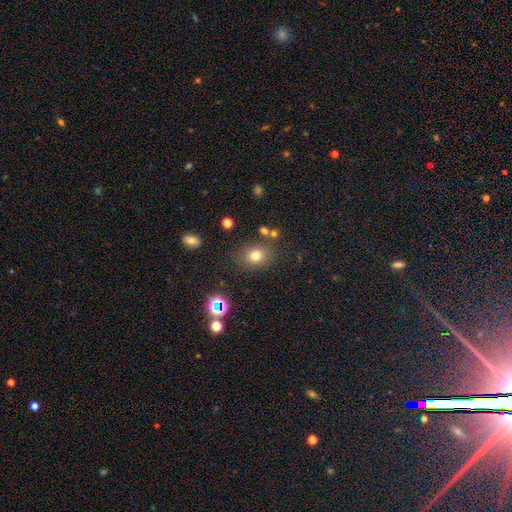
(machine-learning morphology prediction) Overall: smooth (74%). How rounded: round (62%; in between 37%). Merging: none (78%).